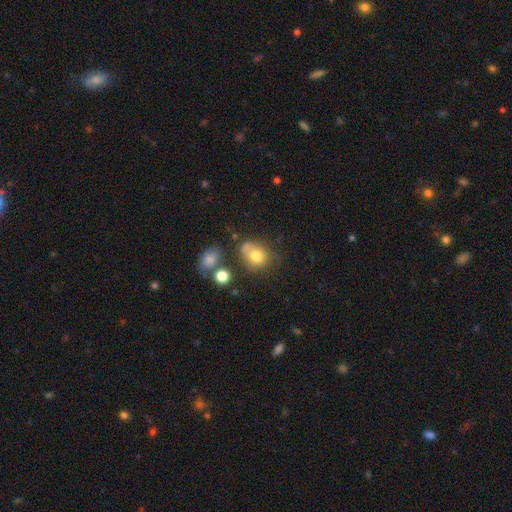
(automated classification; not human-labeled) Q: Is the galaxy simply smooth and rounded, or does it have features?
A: smooth — 74%.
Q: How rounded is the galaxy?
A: round — 54%.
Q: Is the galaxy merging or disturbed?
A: none — 42%.